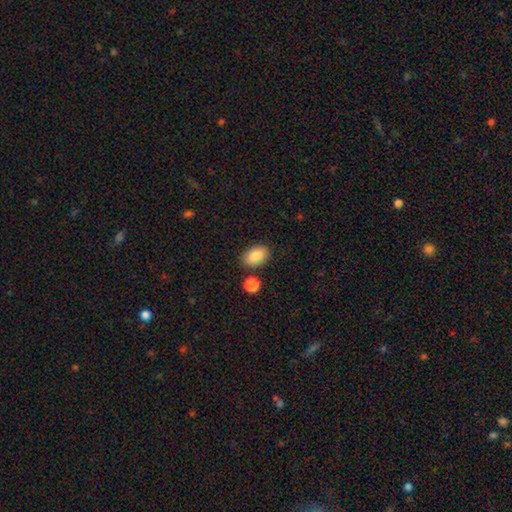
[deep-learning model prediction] This appears to be a smooth galaxy with no disk features (86%) that is in between round and cigar-shaped (89%). Merging: none (81%).